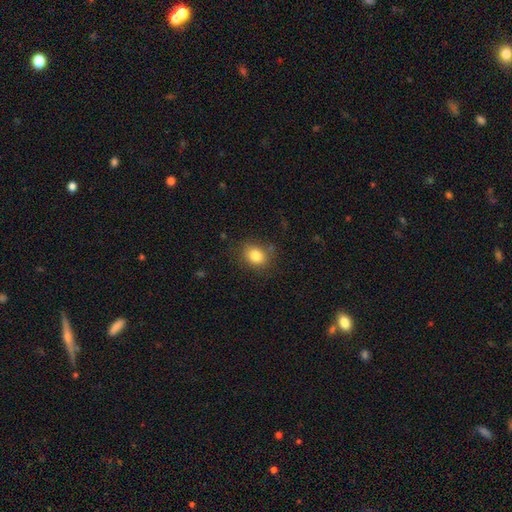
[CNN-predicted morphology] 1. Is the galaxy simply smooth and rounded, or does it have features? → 82% smooth, 11% star or artifact, 7% featured or disk.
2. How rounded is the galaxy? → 54% round, 45% in between, 1% cigar-shaped.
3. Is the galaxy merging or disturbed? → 80% none, 14% minor disturbance, 4% major disturbance, 2% merger.